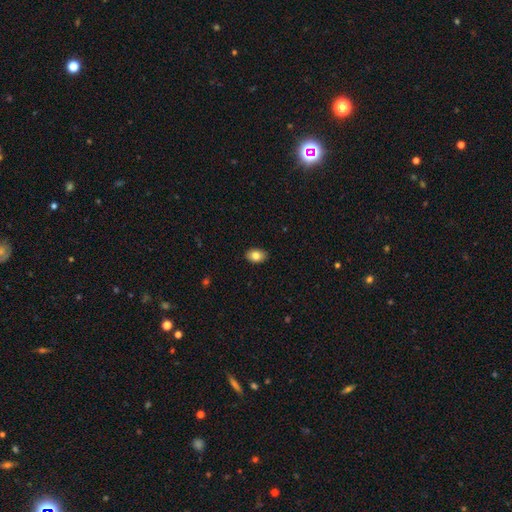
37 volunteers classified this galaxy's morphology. smooth-or-featured: smooth: 86% | featured or disk: 8% | star or artifact: 5%
  how-rounded: in between: 88% | round: 12% | cigar-shaped: 0%
  merging: none: 97% | minor disturbance: 3% | major disturbance: 0% | merger: 0%